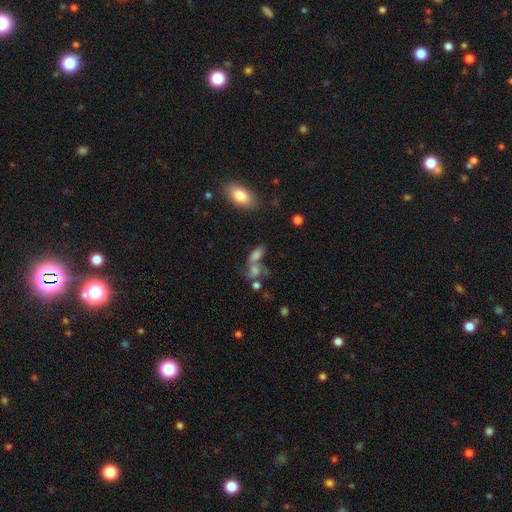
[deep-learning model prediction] This is possibly a smooth galaxy (56%). How rounded: likely in between (77%). Merging: possibly merger (50%).